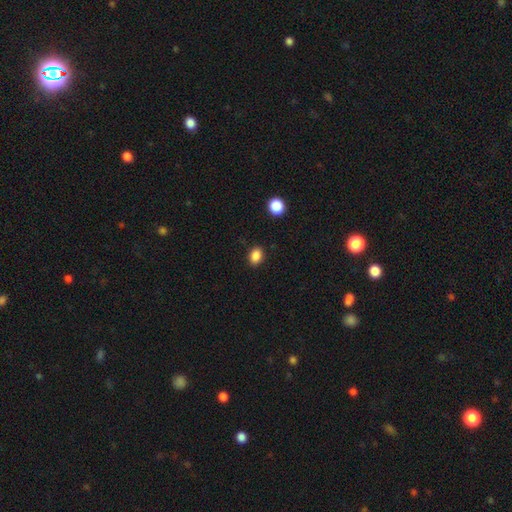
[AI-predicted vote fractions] This appears to be a smooth galaxy with no disk features (87%) that is in between round and cigar-shaped (72%). Merging: none (88%).